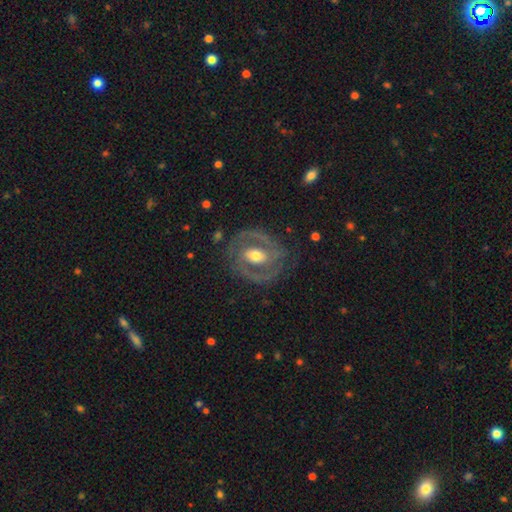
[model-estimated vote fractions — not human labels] Smooth or featured?
  - featured or disk: 84% *
  - smooth: 11%
  - star or artifact: 5%
Edge-on disk?
  - no: 97% *
  - yes: 3%
Bar?
  - weak: 39% *
  - no: 35%
  - strong: 26%
Spiral arms?
  - yes: 84% *
  - no: 16%
Spiral winding?
  - tight: 46% *
  - medium: 43%
  - loose: 11%
Spiral arm count?
  - 2: 79% *
  - can't tell: 9%
  - 3: 4%
  - 1: 3%
  - 4: 2%
  - more than 4: 2%
Bulge size?
  - moderate: 69% *
  - small: 16%
  - large: 12%
  - dominant: 1%
  - none: 1%
Merging?
  - none: 77% *
  - minor disturbance: 14%
  - major disturbance: 8%
  - merger: 1%